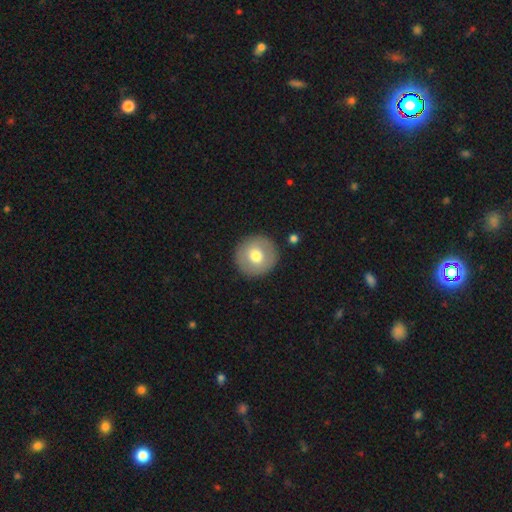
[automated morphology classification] A smooth galaxy with no disk features (70%) that is round (95%). Merging: none (90%).